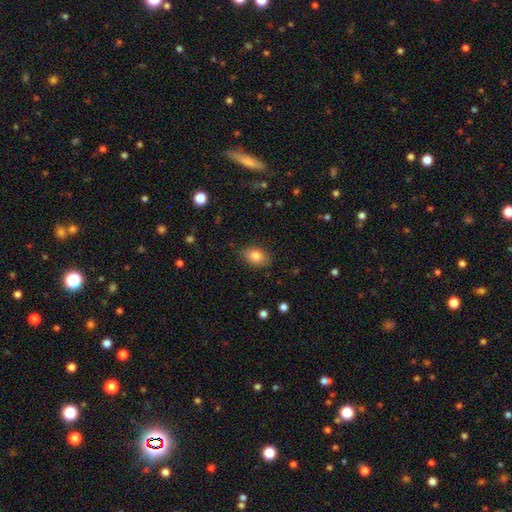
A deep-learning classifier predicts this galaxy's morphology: The model was most divided on "how rounded": in between: 80%, round: 19%, cigar-shaped: 1%. More confident: smooth or featured — smooth (83%); merging — none (83%).